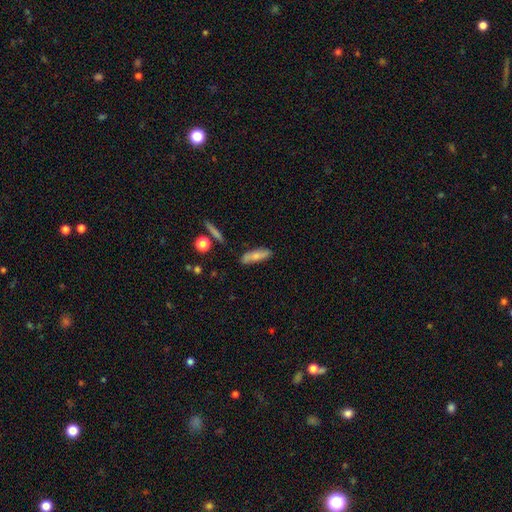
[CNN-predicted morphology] The model was most divided on "how rounded": cigar-shaped: 53%, in between: 45%, round: 3%. More confident: merging — none (77%); smooth or featured — smooth (67%).